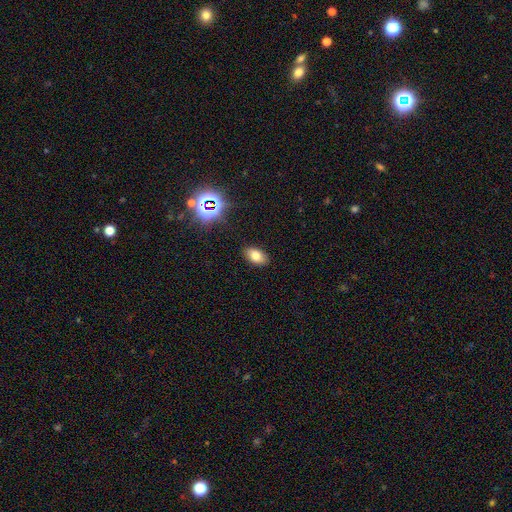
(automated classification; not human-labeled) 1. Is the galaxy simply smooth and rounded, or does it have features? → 74% smooth, 14% star or artifact, 12% featured or disk.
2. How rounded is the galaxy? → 90% in between, 8% round, 2% cigar-shaped.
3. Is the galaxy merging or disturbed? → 88% none, 9% minor disturbance, 2% major disturbance, 1% merger.